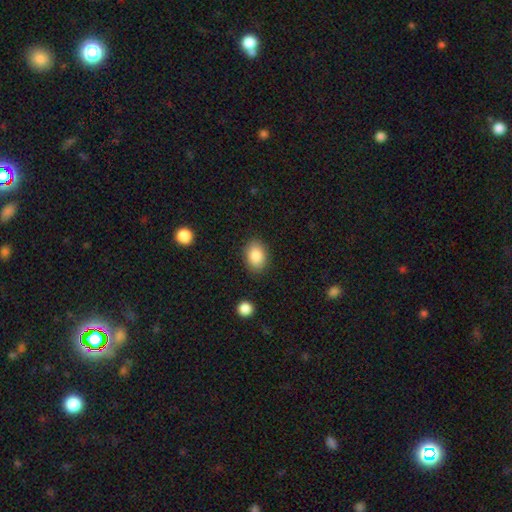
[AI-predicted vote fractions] Smooth or featured: smooth — 86% (star or artifact — 8%)
How rounded: in between — 75% (round — 23%)
Merging: none — 85% (minor disturbance — 10%)